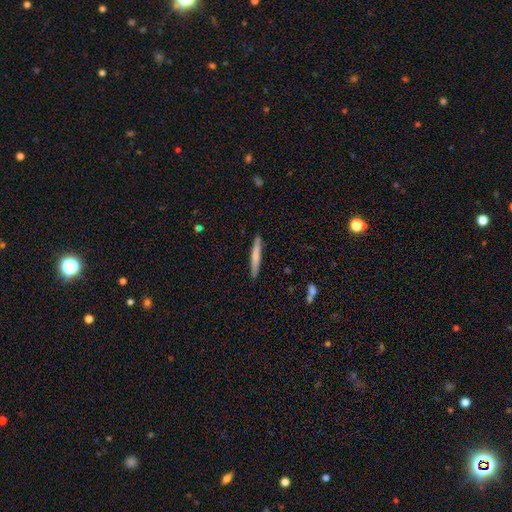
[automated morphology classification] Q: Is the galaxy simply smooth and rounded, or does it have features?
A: smooth — 68%.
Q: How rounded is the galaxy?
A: cigar-shaped — 96%.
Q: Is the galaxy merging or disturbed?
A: none — 90%.